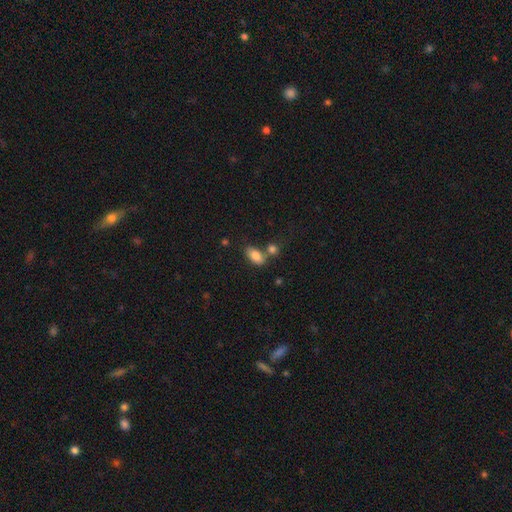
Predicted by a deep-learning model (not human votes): The model was most divided on "merging": none: 56%, merger: 27%, minor disturbance: 13%, major disturbance: 4%. More confident: how rounded — in between (90%); smooth or featured — smooth (82%).